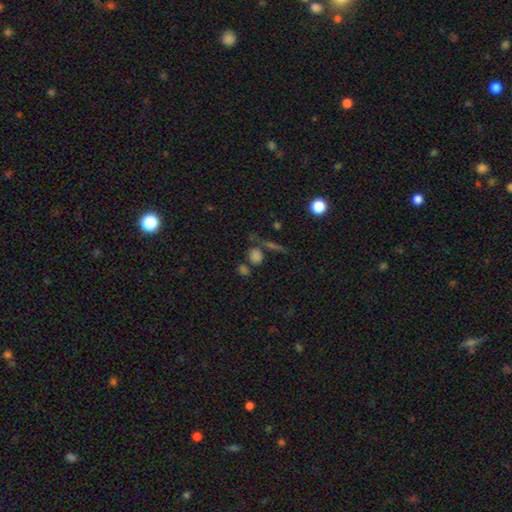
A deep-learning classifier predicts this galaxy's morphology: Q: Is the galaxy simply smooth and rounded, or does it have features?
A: smooth — 68%.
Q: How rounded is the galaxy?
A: round — 62%.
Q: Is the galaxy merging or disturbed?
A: none — 61%.